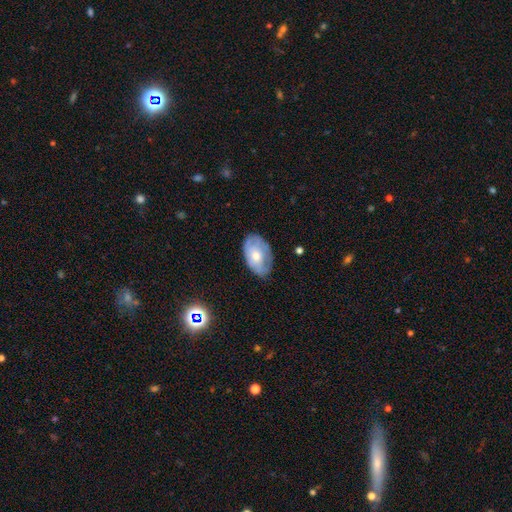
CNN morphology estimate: This appears to be a smooth galaxy with no disk features (53%) that is in between round and cigar-shaped (91%). Merging: none (70%).